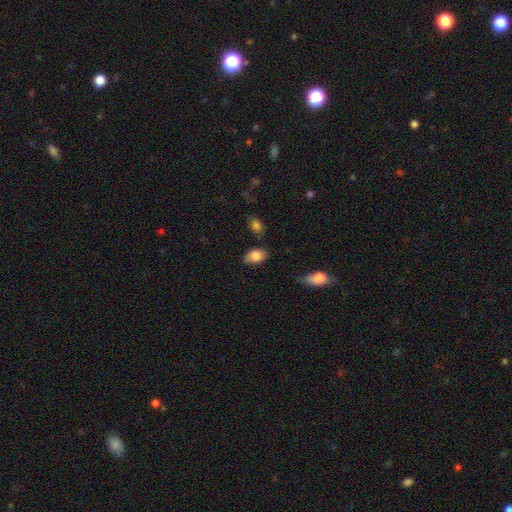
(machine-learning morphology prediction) Smooth or featured? smooth (83%)
How rounded? in between (87%)
Merging? none (70%)